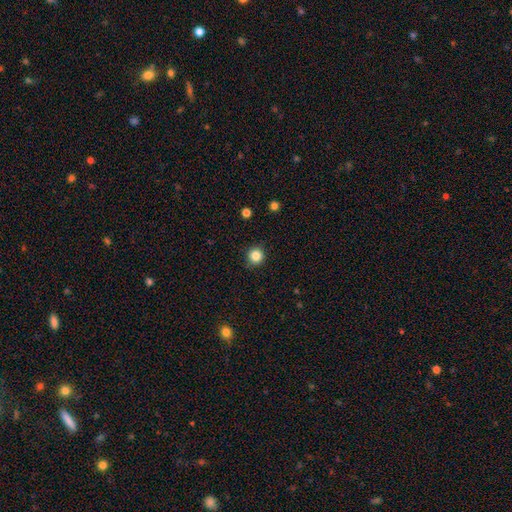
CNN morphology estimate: Smooth or featured?
  - smooth: 85% *
  - star or artifact: 11%
  - featured or disk: 4%
How rounded?
  - round: 94% *
  - in between: 5%
  - cigar-shaped: 1%
Merging?
  - none: 90% *
  - minor disturbance: 7%
  - major disturbance: 2%
  - merger: 1%